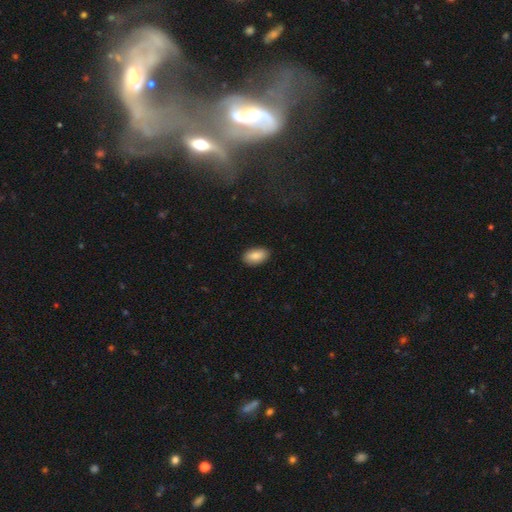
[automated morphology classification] The model was most divided on "smooth or featured": smooth: 86%, featured or disk: 7%, star or artifact: 7%. More confident: how rounded — in between (94%); merging — none (89%).